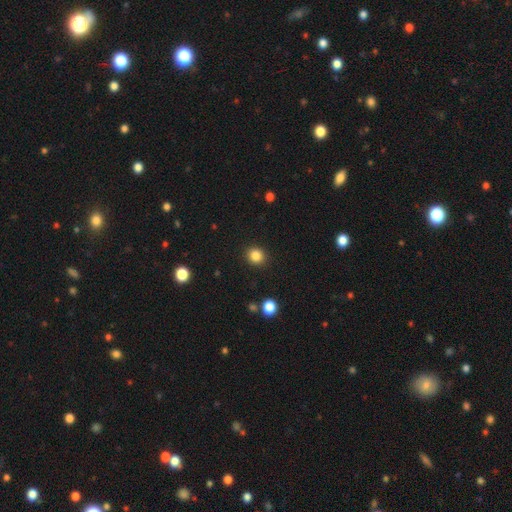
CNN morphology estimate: The model was most divided on "how rounded": round: 84%, in between: 15%, cigar-shaped: 1%. More confident: merging — none (91%); smooth or featured — smooth (84%).